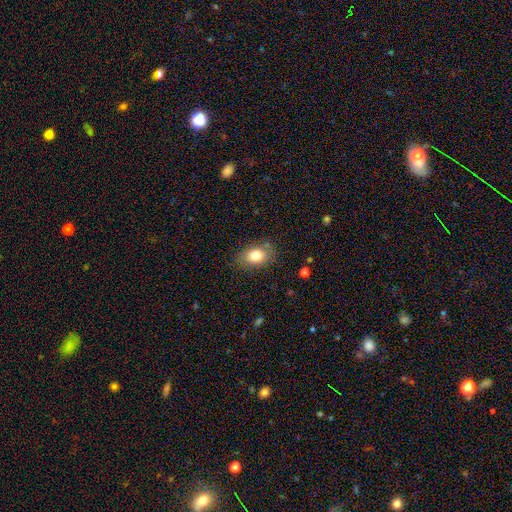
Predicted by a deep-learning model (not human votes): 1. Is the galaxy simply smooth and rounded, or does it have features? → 79% smooth, 12% featured or disk, 9% star or artifact.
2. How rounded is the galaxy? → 78% in between, 21% round, 1% cigar-shaped.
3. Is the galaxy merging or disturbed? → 79% none, 15% minor disturbance, 4% major disturbance, 2% merger.